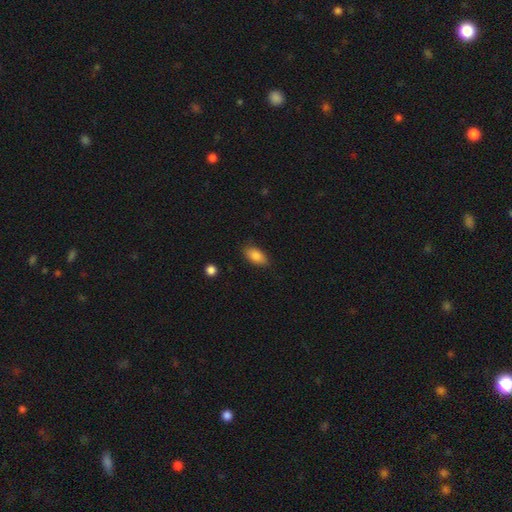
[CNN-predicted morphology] This is clearly a smooth galaxy (86%). How rounded: clearly in between (91%). Merging: clearly none (85%).